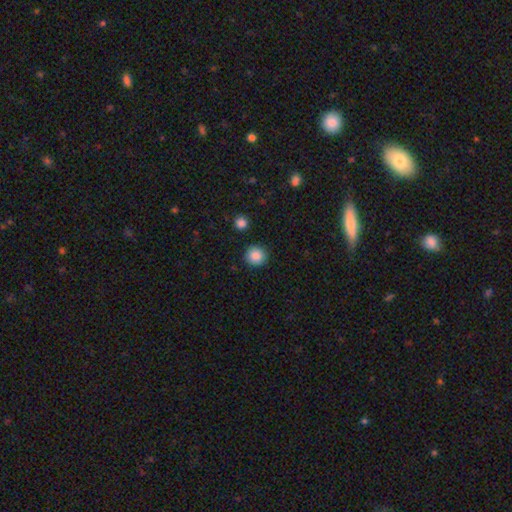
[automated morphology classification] A smooth galaxy with no disk features (87%) that is round (94%). Merging: none (91%).